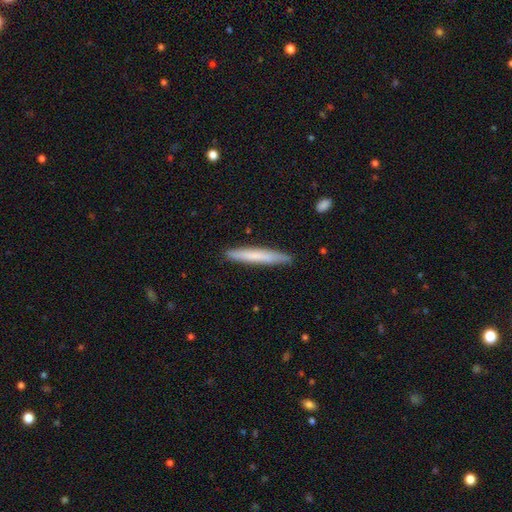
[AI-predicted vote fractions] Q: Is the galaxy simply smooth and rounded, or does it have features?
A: smooth — 69%.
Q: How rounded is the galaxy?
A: cigar-shaped — 96%.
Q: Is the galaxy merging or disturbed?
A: none — 88%.